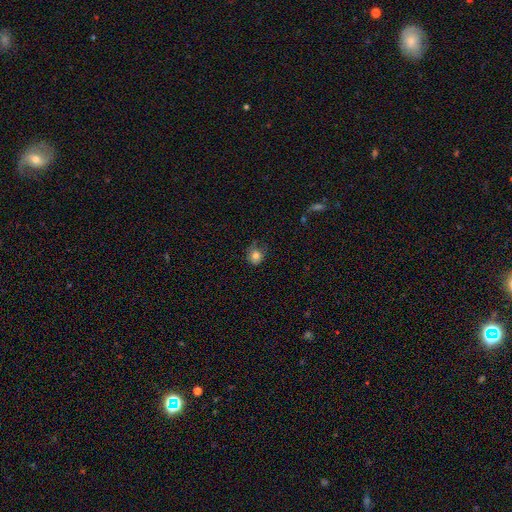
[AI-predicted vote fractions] The model was most divided on "merging": none: 61%, minor disturbance: 27%, major disturbance: 10%, merger: 2%. More confident: smooth or featured — smooth (80%); how rounded — round (78%).